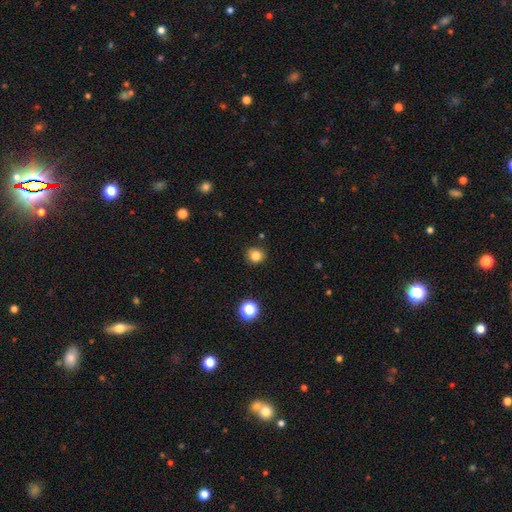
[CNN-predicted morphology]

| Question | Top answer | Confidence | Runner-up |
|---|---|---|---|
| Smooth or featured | smooth | 82% | star or artifact (13%) |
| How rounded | round | 84% | in between (15%) |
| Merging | none | 88% | minor disturbance (8%) |